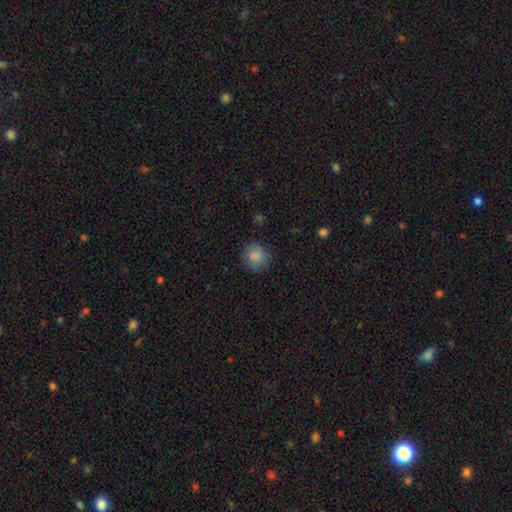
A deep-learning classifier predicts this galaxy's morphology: Overall: smooth (83%). How rounded: round (83%). Merging: none (80%).